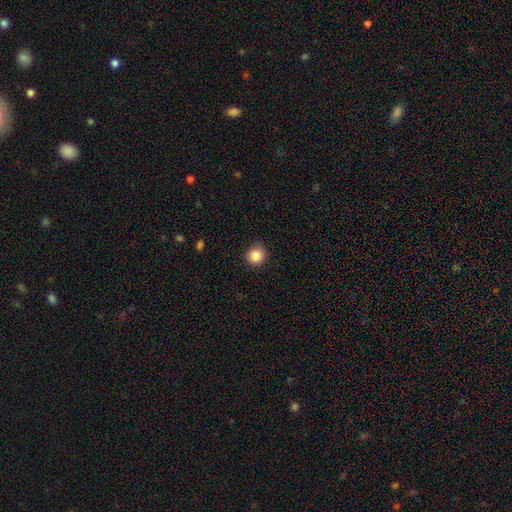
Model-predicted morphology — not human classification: Overall: smooth (86%). How rounded: round (89%). Merging: none (83%).